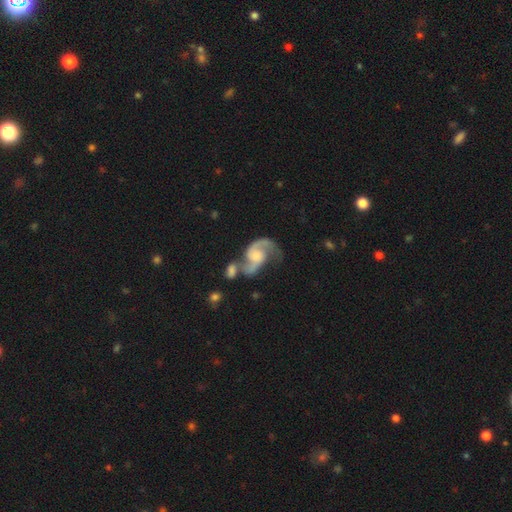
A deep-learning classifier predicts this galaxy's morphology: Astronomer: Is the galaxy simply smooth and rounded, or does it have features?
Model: featured or disk — 88%.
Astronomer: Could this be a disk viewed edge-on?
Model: no — 98%.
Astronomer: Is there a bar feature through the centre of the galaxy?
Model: no — 58% (runner-up: weak, 34%).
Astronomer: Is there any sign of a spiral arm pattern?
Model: yes — 97%.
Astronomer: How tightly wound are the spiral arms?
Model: medium — 46% (runner-up: loose, 44%).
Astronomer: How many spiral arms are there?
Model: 2 — 89%.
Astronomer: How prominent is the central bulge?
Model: moderate — 41% (runner-up: small, 36%).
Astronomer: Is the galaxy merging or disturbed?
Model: none — 34%, tied with merger at 34%.